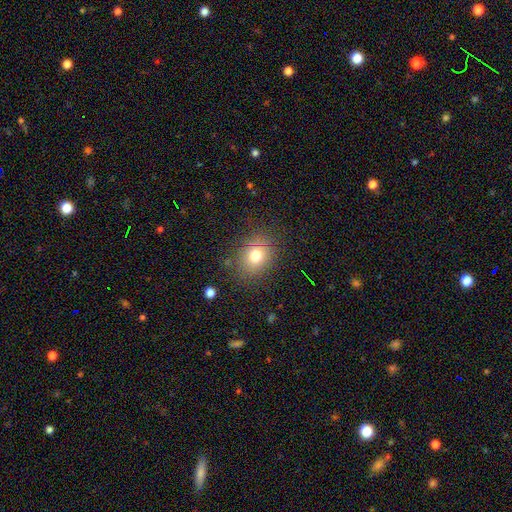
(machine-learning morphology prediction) Smooth or featured: smooth — 75% (star or artifact — 15%)
How rounded: round — 59% (in between — 40%)
Merging: none — 81% (minor disturbance — 12%)